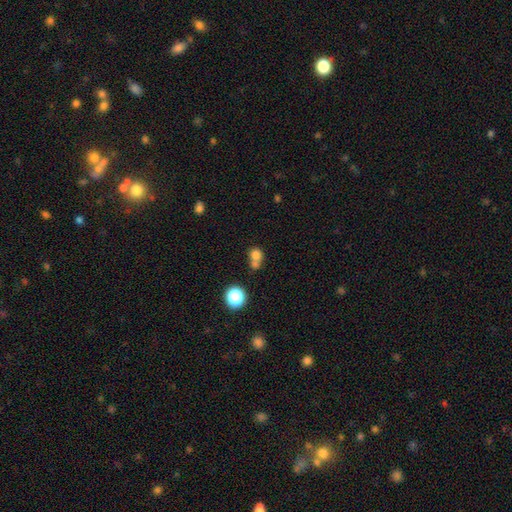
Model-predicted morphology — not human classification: type=smooth (76%); roundness=round (81%); merging=merger (48%).